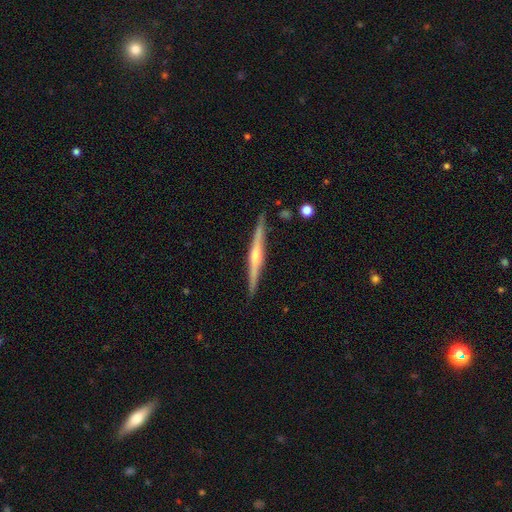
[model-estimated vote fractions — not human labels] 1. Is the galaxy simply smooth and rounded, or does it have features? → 77% featured or disk, 18% smooth, 5% star or artifact.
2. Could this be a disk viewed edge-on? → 98% yes, 2% no.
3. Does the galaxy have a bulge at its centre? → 80% rounded, 12% none, 8% boxy.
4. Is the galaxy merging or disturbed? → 90% none, 7% minor disturbance, 1% major disturbance, 1% merger.